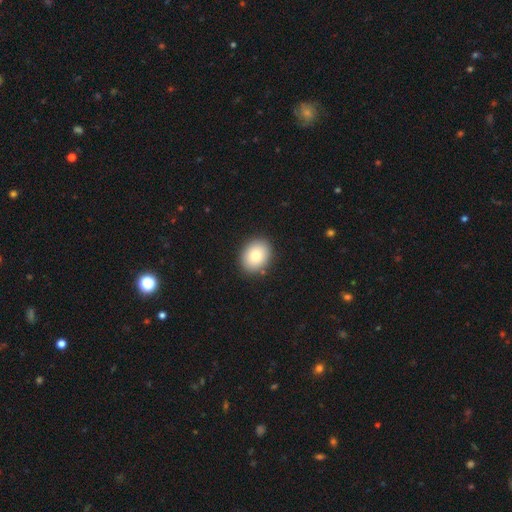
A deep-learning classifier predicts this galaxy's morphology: Overall: smooth (80%). How rounded: round (52%; in between 48%). Merging: none (89%).